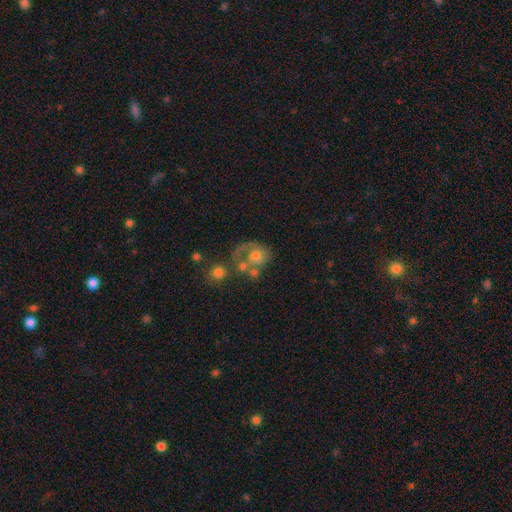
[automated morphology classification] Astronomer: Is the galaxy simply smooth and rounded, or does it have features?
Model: featured or disk — 55% (runner-up: smooth, 35%).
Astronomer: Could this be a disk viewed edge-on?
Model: no — 98%.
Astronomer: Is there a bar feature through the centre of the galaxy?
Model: no — 83%.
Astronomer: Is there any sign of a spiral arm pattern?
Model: yes — 59% (runner-up: no, 41%).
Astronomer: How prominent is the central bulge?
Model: moderate — 50%.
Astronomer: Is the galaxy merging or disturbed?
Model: merger — 31% (runner-up: major disturbance, 28%).